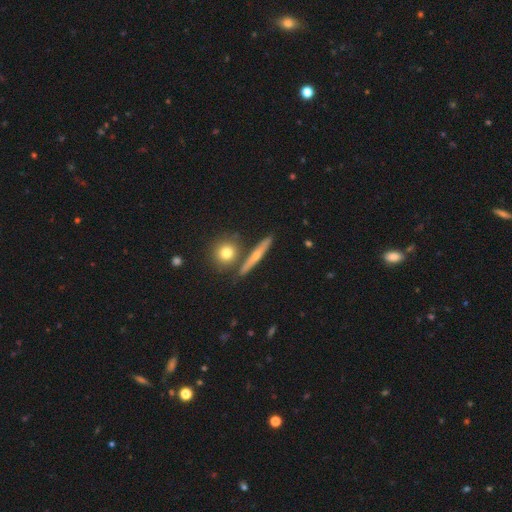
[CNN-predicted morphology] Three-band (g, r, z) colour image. It shows a featured or disk galaxy (55%) viewed edge-on (91%). Merging: none (81%).